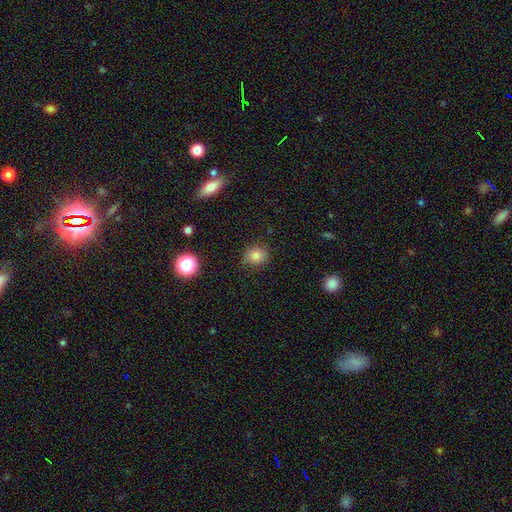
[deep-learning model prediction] Smooth or featured? smooth (79%)
How rounded? round (72%)
Merging? none (83%)